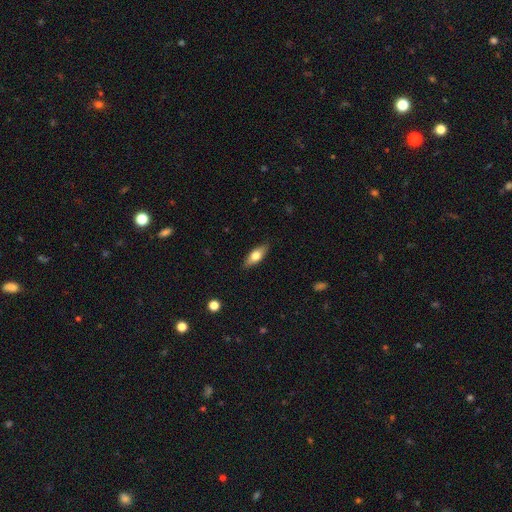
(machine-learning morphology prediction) A smooth galaxy with no disk features (67%) that is in between round and cigar-shaped (72%). Merging: none (88%).